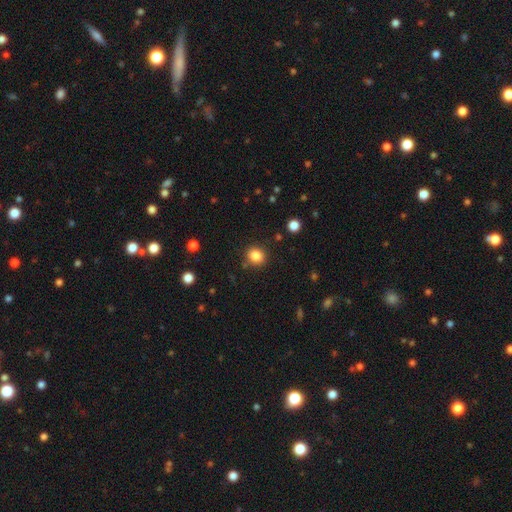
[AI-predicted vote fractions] Morphology: type=smooth (84%); roundness=round (77%); merging=none (85%).